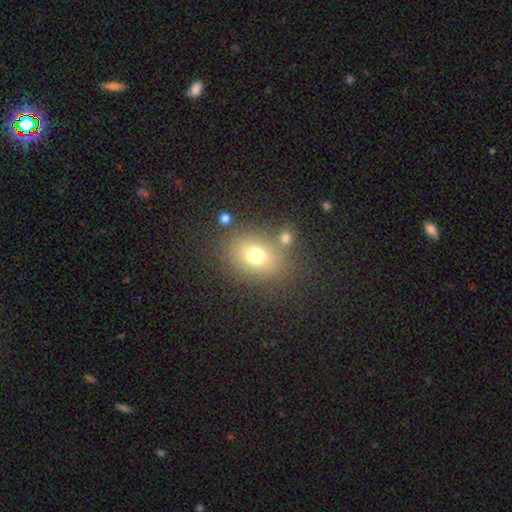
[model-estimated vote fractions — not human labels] Smooth or featured? smooth (71%)
How rounded? in between (50%)
Merging? none (71%)